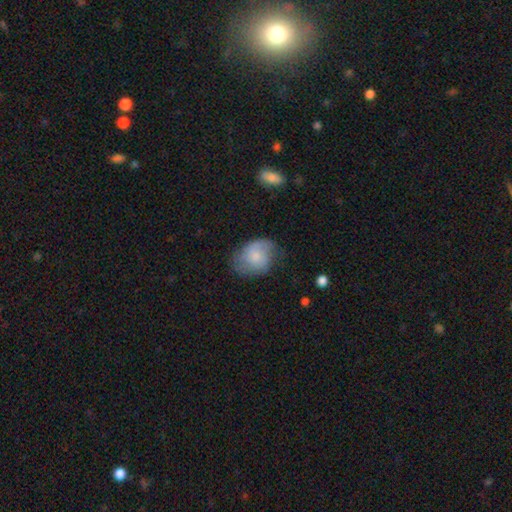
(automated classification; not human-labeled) This is possibly a smooth galaxy (55%). How rounded: possibly in between (58%). Merging: possibly none (51%).